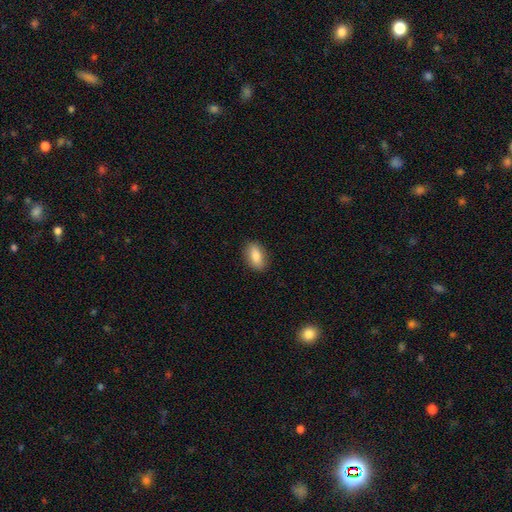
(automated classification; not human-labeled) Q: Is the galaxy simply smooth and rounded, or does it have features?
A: smooth — 84%.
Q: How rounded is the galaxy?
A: in between — 88%.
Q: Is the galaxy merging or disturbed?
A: none — 87%.